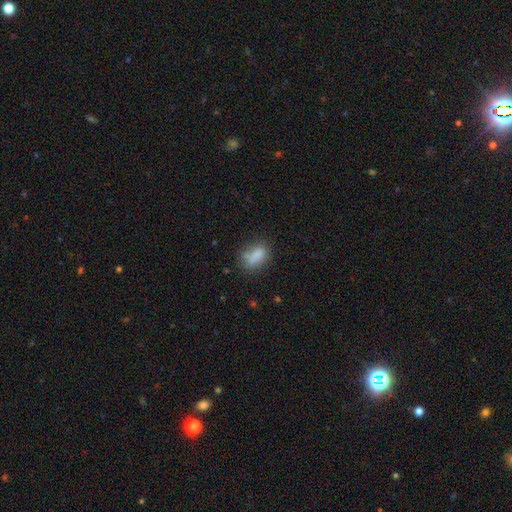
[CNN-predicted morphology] smooth-or-featured: smooth: 78% | featured or disk: 12% | star or artifact: 10%
  how-rounded: in between: 77% | round: 13% | cigar-shaped: 10%
  merging: none: 56% | minor disturbance: 23% | merger: 11% | major disturbance: 10%